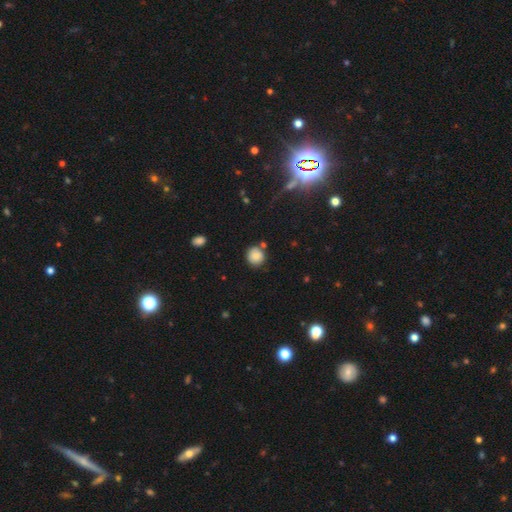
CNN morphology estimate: The model was most divided on "merging": none: 78%, minor disturbance: 11%, merger: 8%, major disturbance: 3%. More confident: how rounded — round (90%); smooth or featured — smooth (82%).